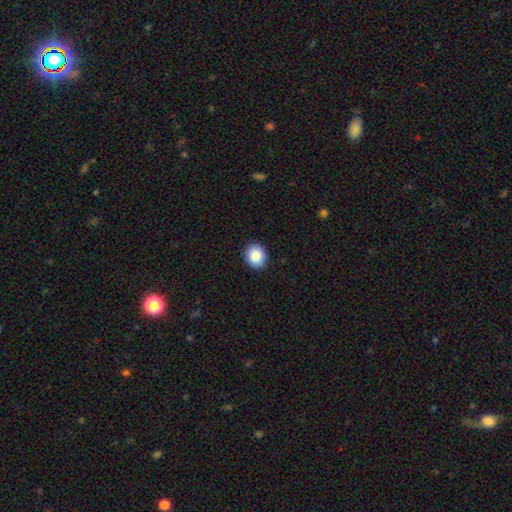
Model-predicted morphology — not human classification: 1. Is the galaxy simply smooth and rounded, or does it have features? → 88% smooth, 8% star or artifact, 4% featured or disk.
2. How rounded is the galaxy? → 66% round, 33% in between, 1% cigar-shaped.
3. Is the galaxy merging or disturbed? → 91% none, 6% minor disturbance, 2% major disturbance, 1% merger.